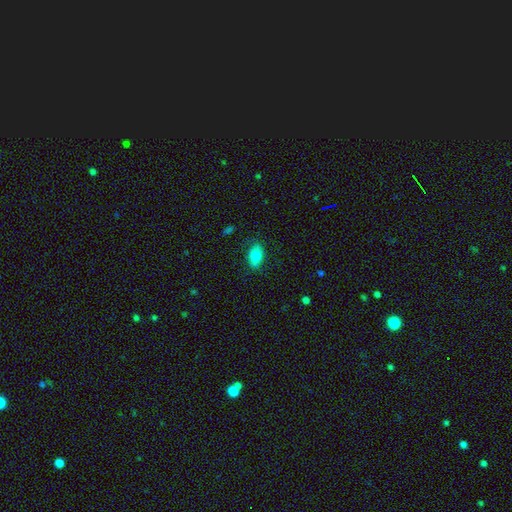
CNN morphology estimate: smooth 79%, featured or disk 13%, star or artifact 8%. Down the decision tree: how rounded — in between (88%); merging — none (81%).